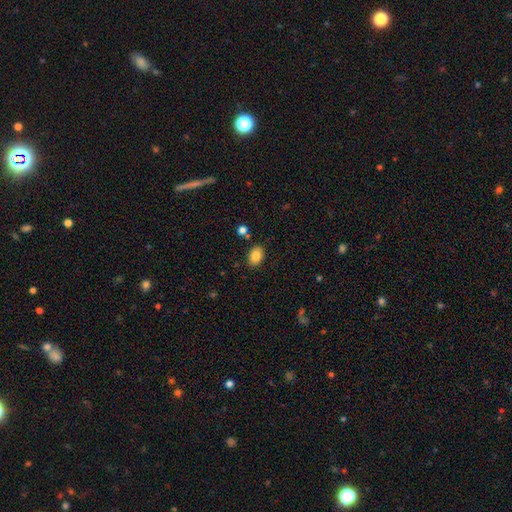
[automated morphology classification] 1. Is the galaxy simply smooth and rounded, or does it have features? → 85% smooth, 8% star or artifact, 7% featured or disk.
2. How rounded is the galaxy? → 83% in between, 16% round, 1% cigar-shaped.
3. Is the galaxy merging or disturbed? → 84% none, 10% minor disturbance, 3% merger, 2% major disturbance.